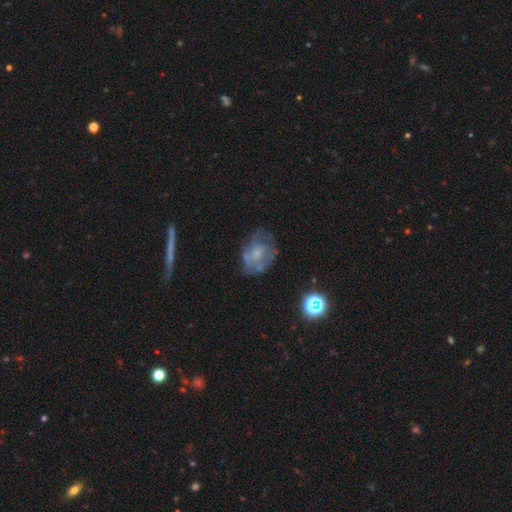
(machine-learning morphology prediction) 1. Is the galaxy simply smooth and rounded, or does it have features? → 50% featured or disk, 39% smooth, 11% star or artifact.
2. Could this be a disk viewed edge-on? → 96% no, 4% yes.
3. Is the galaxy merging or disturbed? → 52% none, 27% minor disturbance, 17% major disturbance, 4% merger.